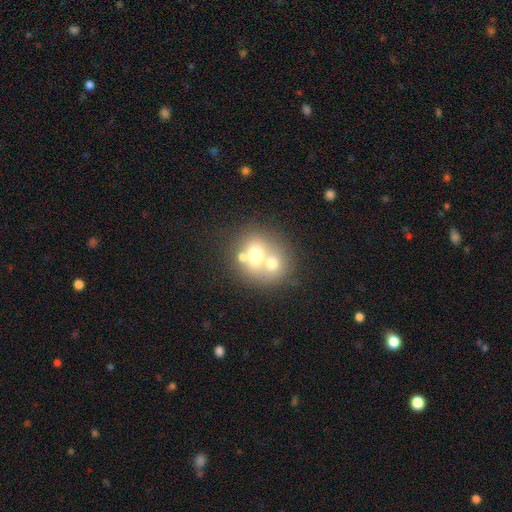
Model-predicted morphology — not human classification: Smooth or featured? Predicted: smooth (p=0.61). How rounded? Predicted: round (p=0.71). Merging? Predicted: merger (p=0.59).